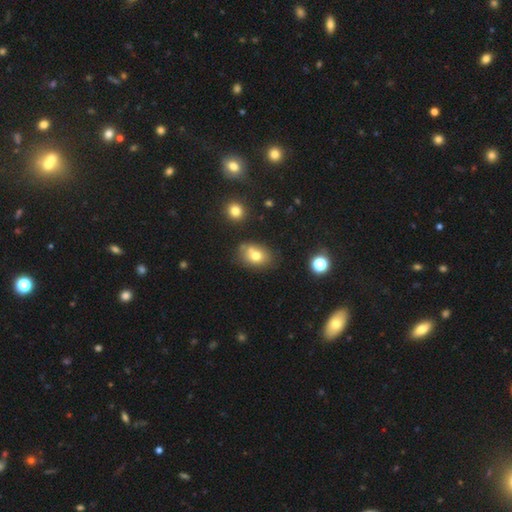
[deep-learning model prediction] This appears to be a smooth galaxy with no disk features (72%) that is in between round and cigar-shaped (69%). Merging: none (57%).